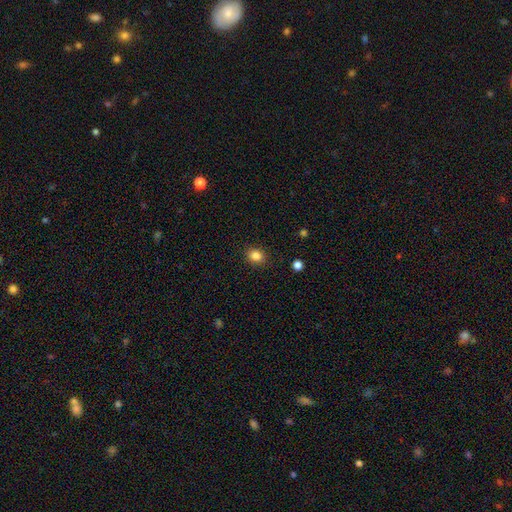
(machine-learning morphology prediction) Overall: smooth (84%). How rounded: round (70%). Merging: none (90%).